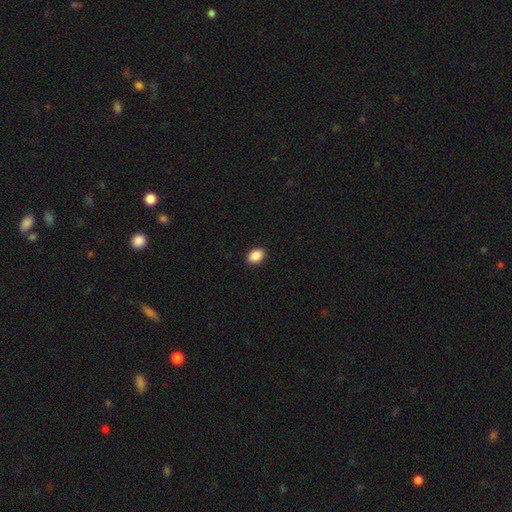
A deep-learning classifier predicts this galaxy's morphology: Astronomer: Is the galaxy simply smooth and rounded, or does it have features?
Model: smooth — 90%.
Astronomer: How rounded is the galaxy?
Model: in between — 82%.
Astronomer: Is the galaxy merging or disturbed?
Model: none — 90%.